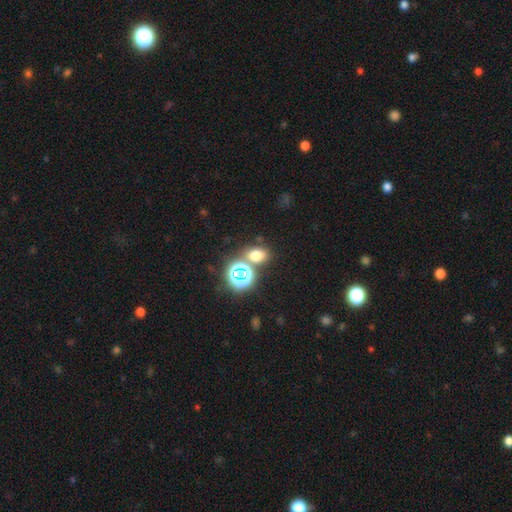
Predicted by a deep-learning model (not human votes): Overall: smooth (66%; star or artifact 27%). How rounded: in between (60%; round 38%). Merging: none (70%).